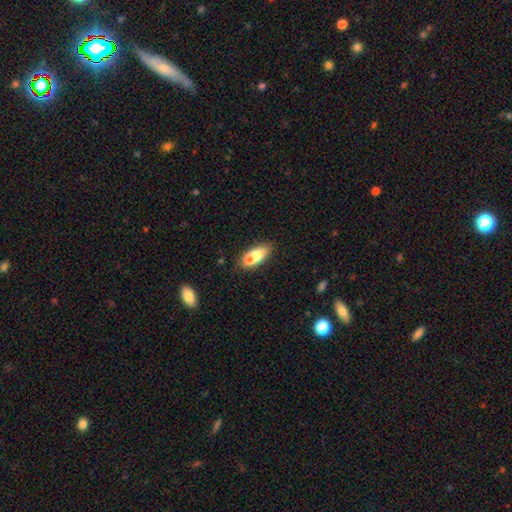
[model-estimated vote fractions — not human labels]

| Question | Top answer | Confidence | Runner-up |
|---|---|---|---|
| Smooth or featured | smooth | 69% | featured or disk (23%) |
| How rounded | in between | 77% | cigar-shaped (17%) |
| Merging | none | 43% | merger (39%) |